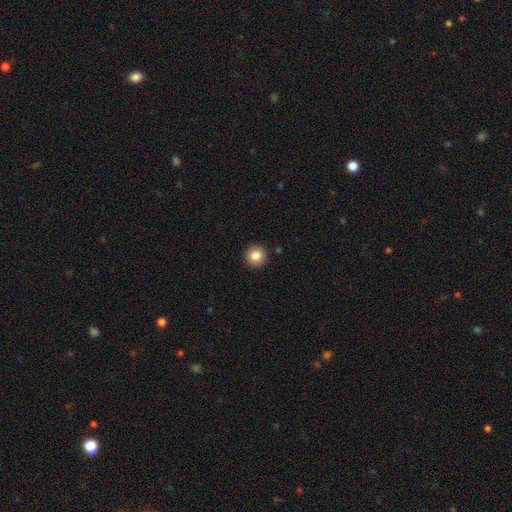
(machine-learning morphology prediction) This appears to be a smooth galaxy with no disk features (84%) that is round (95%). Merging: none (93%).